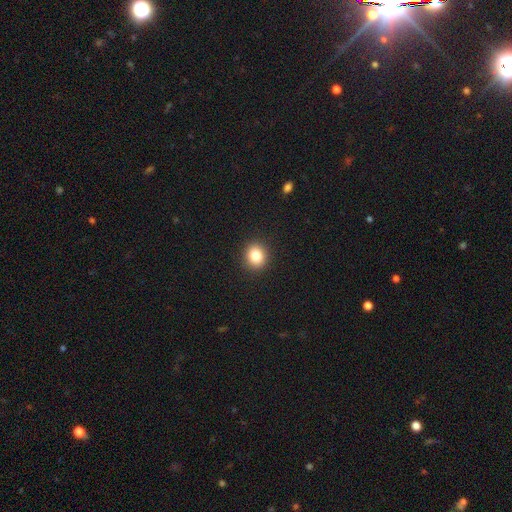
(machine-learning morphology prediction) Smooth or featured?
  - smooth: 83% *
  - star or artifact: 11%
  - featured or disk: 6%
How rounded?
  - round: 80% *
  - in between: 19%
  - cigar-shaped: 1%
Merging?
  - none: 92% *
  - minor disturbance: 5%
  - major disturbance: 2%
  - merger: 1%